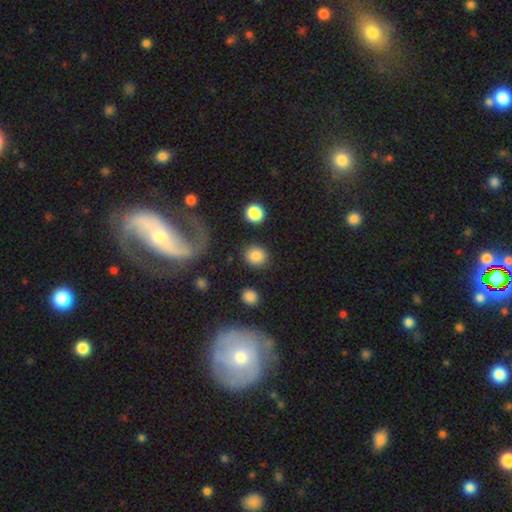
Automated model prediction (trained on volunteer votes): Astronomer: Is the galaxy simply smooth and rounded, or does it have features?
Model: smooth — 84%.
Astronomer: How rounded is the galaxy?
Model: round — 76%.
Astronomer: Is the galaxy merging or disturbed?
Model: none — 85%.